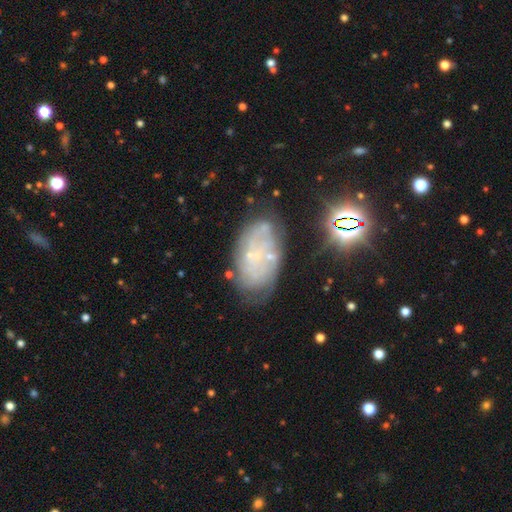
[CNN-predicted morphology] Smooth or featured? Predicted: featured or disk (p=0.56). Edge-on disk? Predicted: no (p=0.95). Bar? Predicted: no (p=0.81). Spiral arms? Predicted: yes (p=0.50, tied with no). Bulge size? Predicted: small (p=0.61). Merging? Predicted: none (p=0.62).